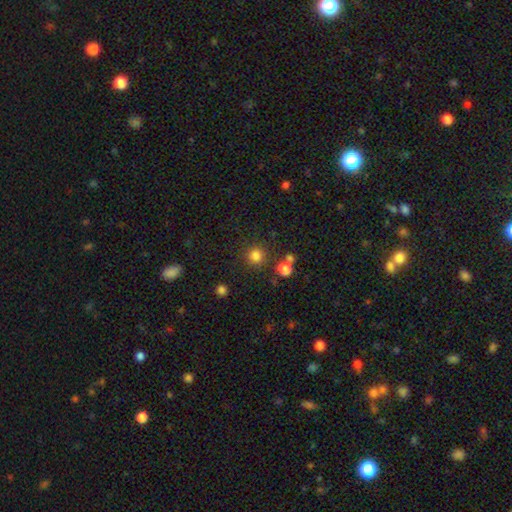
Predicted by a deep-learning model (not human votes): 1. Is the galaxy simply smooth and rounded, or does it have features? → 82% smooth, 14% star or artifact, 4% featured or disk.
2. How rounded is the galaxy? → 94% round, 5% in between, 1% cigar-shaped.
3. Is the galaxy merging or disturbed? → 85% none, 7% minor disturbance, 5% merger, 3% major disturbance.